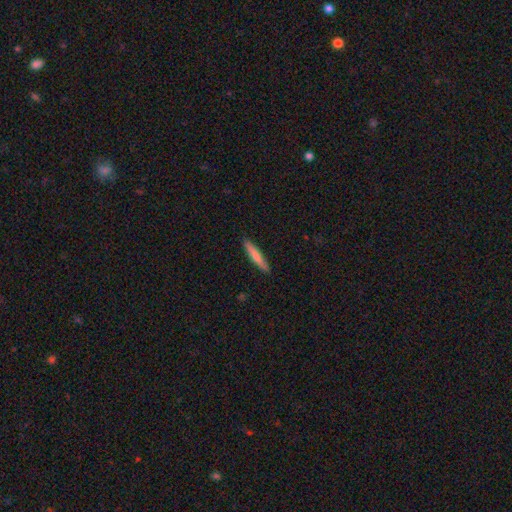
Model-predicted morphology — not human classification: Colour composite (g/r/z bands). It shows a smooth galaxy with no disk features (74%) that is cigar-shaped (91%). Merging: none (90%).